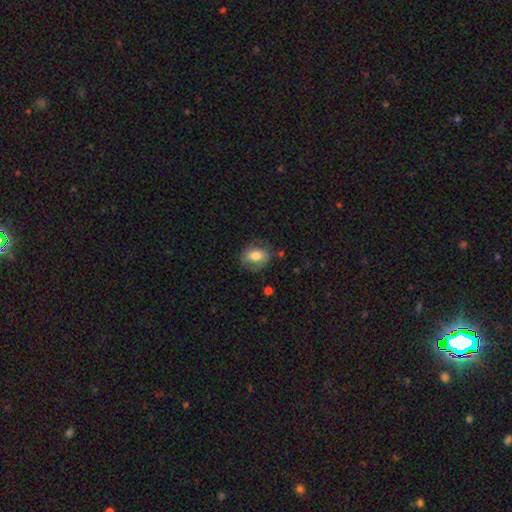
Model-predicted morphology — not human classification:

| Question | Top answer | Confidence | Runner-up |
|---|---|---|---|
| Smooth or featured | smooth | 69% | featured or disk (23%) |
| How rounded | in between | 57% | round (42%) |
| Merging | none | 71% | minor disturbance (19%) |